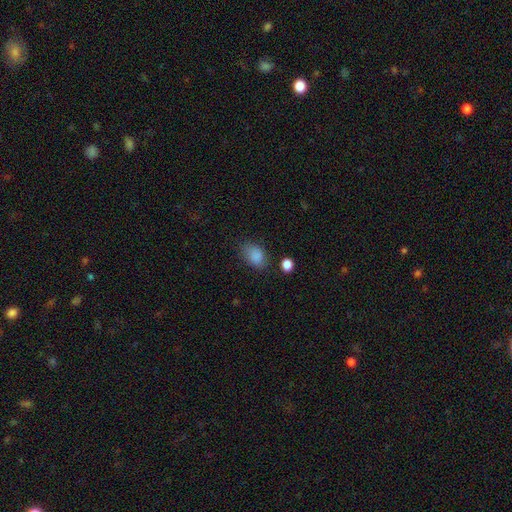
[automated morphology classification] type=smooth (86%); roundness=in between (77%); merging=none (70%).